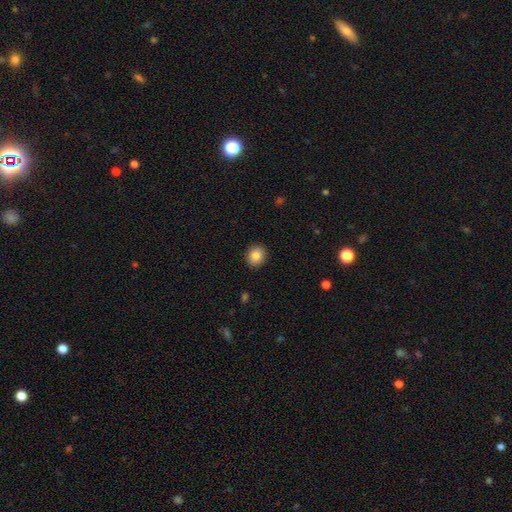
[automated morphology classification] This is clearly a smooth galaxy (85%). How rounded: likely round (78%). Merging: clearly none (91%).